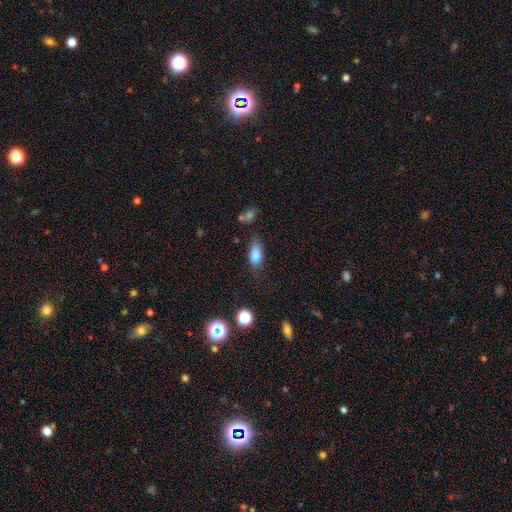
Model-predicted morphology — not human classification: Overall: smooth (80%). How rounded: in between (81%). Merging: none (69%).